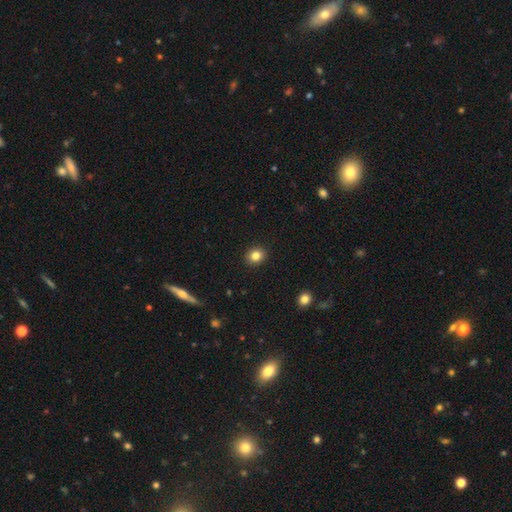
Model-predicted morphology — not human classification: smooth-or-featured: smooth: 83% | star or artifact: 11% | featured or disk: 6%
  how-rounded: round: 73% | in between: 26% | cigar-shaped: 1%
  merging: none: 91% | minor disturbance: 6% | major disturbance: 2% | merger: 1%